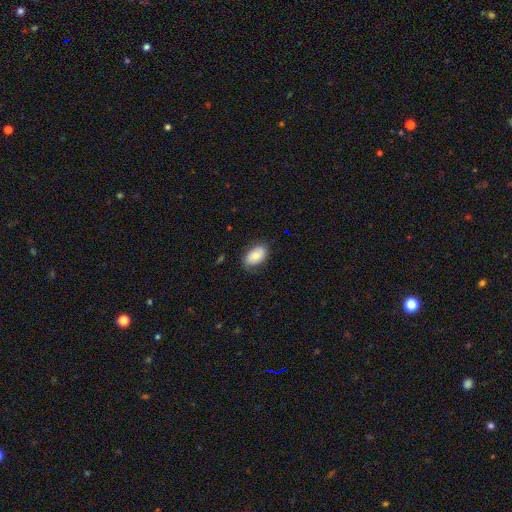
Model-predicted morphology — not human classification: A smooth galaxy with no disk features (80%) that is in between round and cigar-shaped (93%). Merging: none (80%).